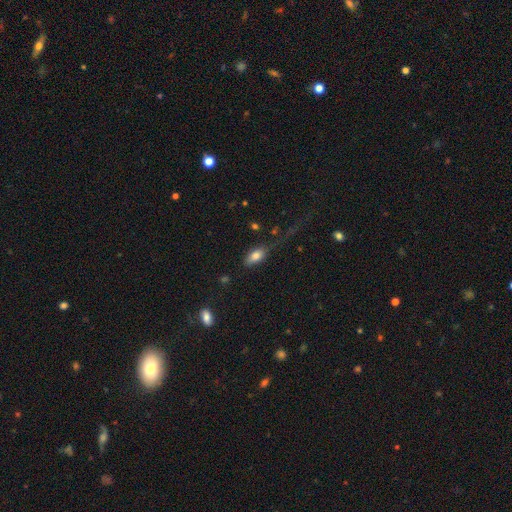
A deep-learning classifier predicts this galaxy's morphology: A smooth galaxy with no disk features (79%) that is in between round and cigar-shaped (89%). Merging: none (57%).